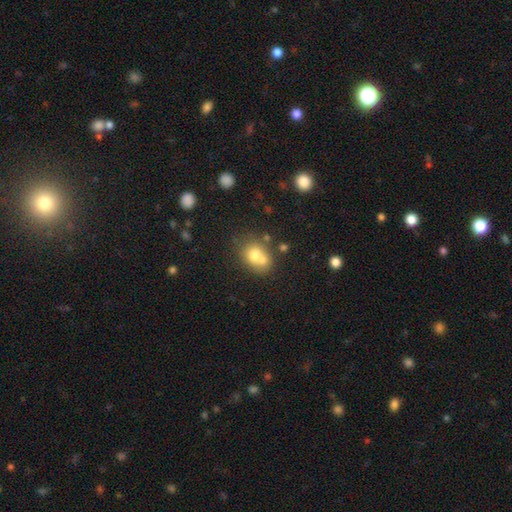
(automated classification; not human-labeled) Smooth or featured? Predicted: smooth (p=0.70). How rounded? Predicted: round (p=0.59). Merging? Predicted: merger (p=0.45).